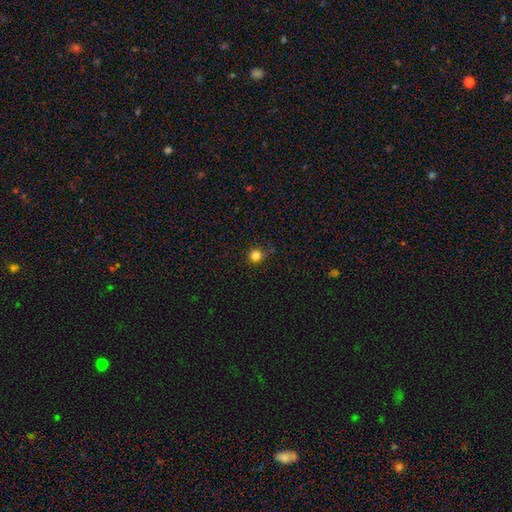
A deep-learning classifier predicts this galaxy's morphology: This appears to be a smooth galaxy with no disk features (81%) that is round (93%). Merging: none (84%).